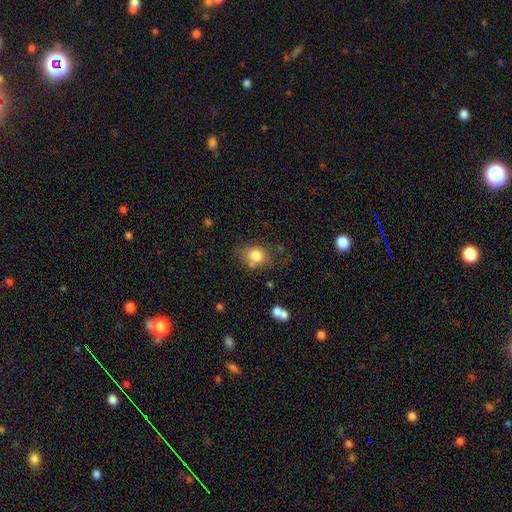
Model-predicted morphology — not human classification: type=smooth (80%); roundness=round (55%); merging=none (60%).